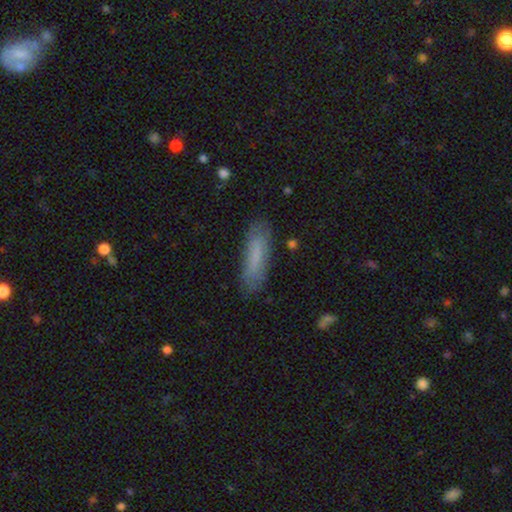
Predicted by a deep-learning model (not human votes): Smooth or featured? smooth (76%)
How rounded? cigar-shaped (69%)
Merging? none (82%)